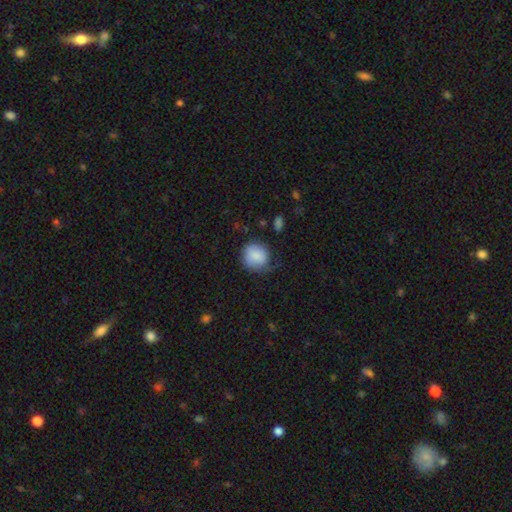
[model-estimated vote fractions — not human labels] This is clearly a smooth galaxy (82%). How rounded: clearly round (82%). Merging: possibly none (53%).